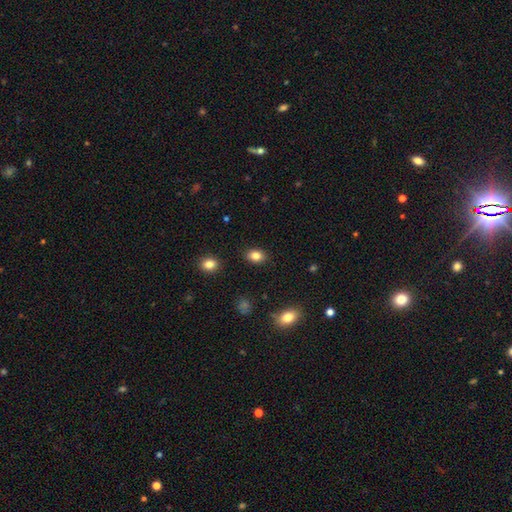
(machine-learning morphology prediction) Smooth or featured?
  - smooth: 83% *
  - star or artifact: 10%
  - featured or disk: 7%
How rounded?
  - in between: 71% *
  - round: 28%
  - cigar-shaped: 1%
Merging?
  - none: 88% *
  - minor disturbance: 8%
  - major disturbance: 2%
  - merger: 1%